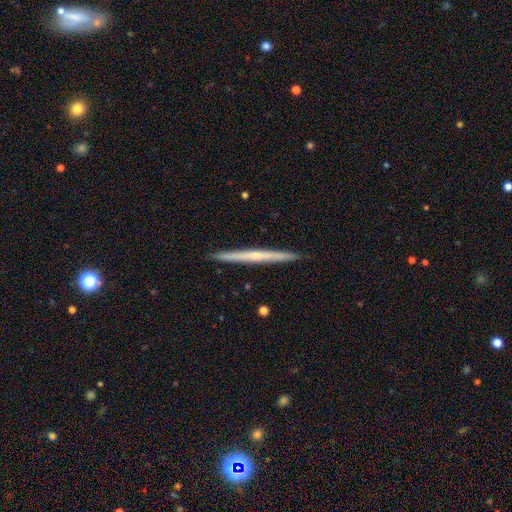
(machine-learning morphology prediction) smooth_or_featured: featured or disk (p=0.65) [alt: smooth p=0.29]
disk_edge_on: yes (p=0.98) [alt: no p=0.02]
edge_on_bulge: none (p=0.56) [alt: rounded p=0.40]
merging: none (p=0.93) [alt: minor disturbance p=0.05]